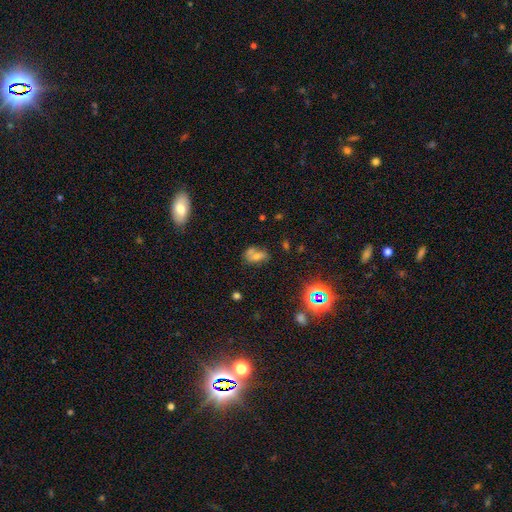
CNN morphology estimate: Smooth or featured: smooth — 54% (star or artifact — 24%)
How rounded: in between — 79% (round — 16%)
Merging: none — 42% (merger — 33%)